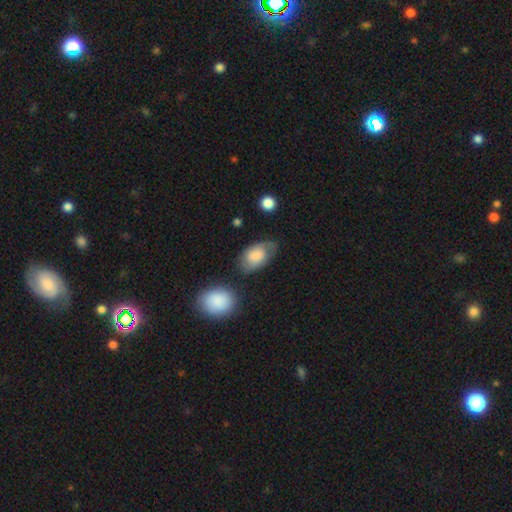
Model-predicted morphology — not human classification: A smooth galaxy with no disk features (67%) that is in between round and cigar-shaped (90%). Merging: none (58%).